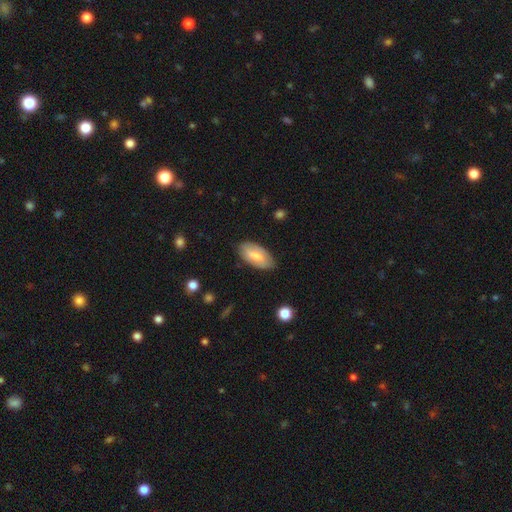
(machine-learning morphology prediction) Smooth or featured?
  - smooth: 62% *
  - featured or disk: 33%
  - star or artifact: 6%
How rounded?
  - in between: 93% *
  - cigar-shaped: 5%
  - round: 2%
Merging?
  - none: 81% *
  - minor disturbance: 14%
  - major disturbance: 3%
  - merger: 1%